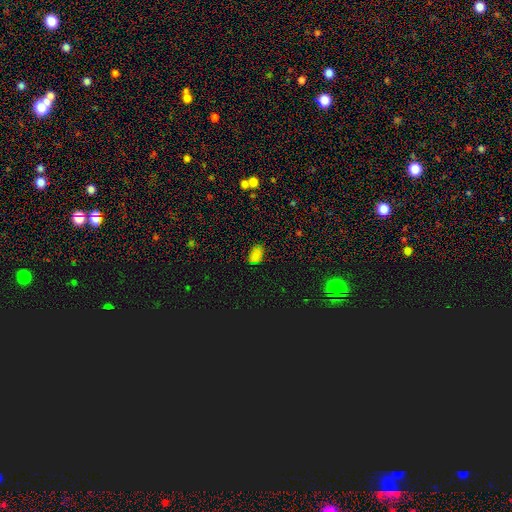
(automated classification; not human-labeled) Smooth or featured? smooth (71%)
How rounded? in between (87%)
Merging? none (76%)